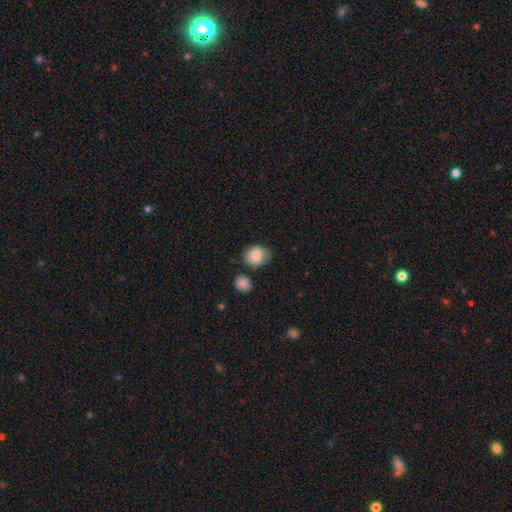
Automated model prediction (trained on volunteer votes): Smooth or featured: smooth — 85% (star or artifact — 8%)
How rounded: round — 59% (in between — 40%)
Merging: none — 70% (minor disturbance — 18%)